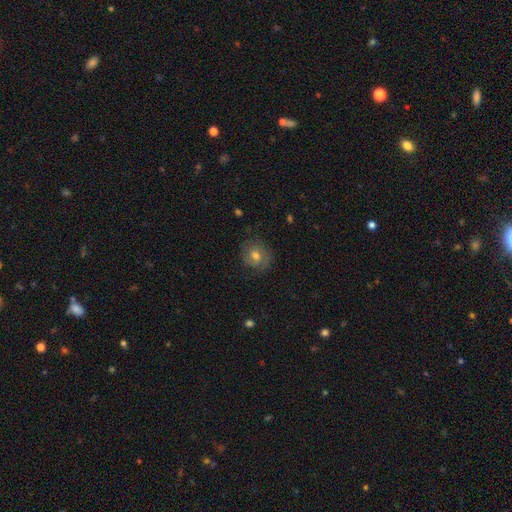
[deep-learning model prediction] This appears to be a smooth galaxy with no disk features (45%). Merging: none (76%).